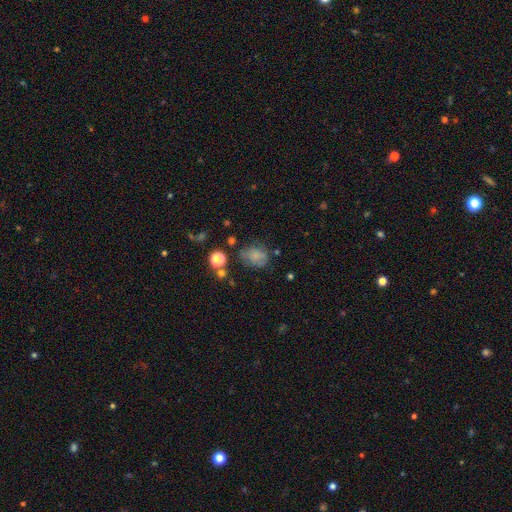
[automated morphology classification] smooth_or_featured: smooth (p=0.68) [alt: featured or disk p=0.19]
how_rounded: in between (p=0.54) [alt: round p=0.45]
merging: none (p=0.55) [alt: minor disturbance p=0.27]